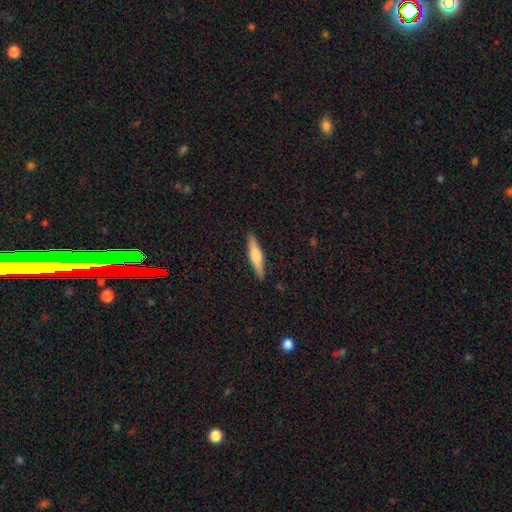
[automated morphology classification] Smooth or featured? smooth (51%)
How rounded? cigar-shaped (81%)
Merging? none (90%)